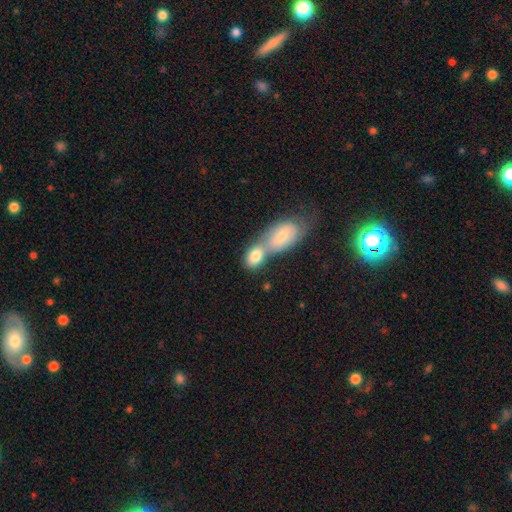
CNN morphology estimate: This is likely a smooth galaxy (78%). How rounded: clearly in between (81%). Merging: likely merger (65%).